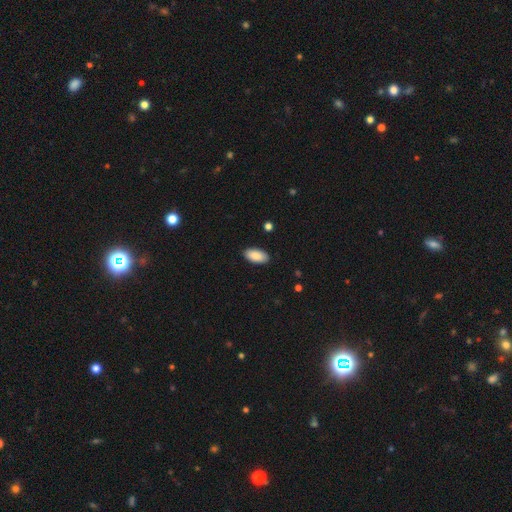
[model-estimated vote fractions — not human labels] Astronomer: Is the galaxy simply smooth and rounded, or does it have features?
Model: smooth — 89%.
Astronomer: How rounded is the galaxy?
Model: in between — 95%.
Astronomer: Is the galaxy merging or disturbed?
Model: none — 89%.